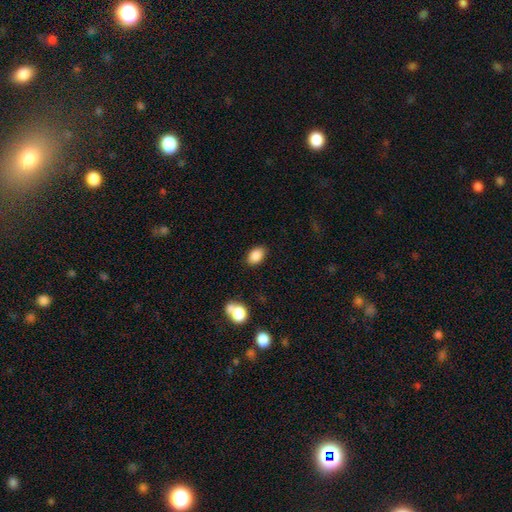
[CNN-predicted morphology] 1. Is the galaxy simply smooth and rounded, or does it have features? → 87% smooth, 9% star or artifact, 4% featured or disk.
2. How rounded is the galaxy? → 84% in between, 15% round, 1% cigar-shaped.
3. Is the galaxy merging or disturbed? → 85% none, 10% minor disturbance, 3% major disturbance, 2% merger.